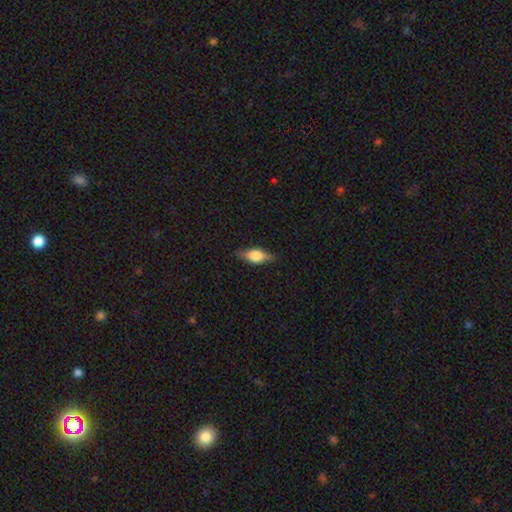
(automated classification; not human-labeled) Smooth or featured? Predicted: smooth (p=0.57). How rounded? Predicted: in between (p=0.68). Merging? Predicted: none (p=0.85).